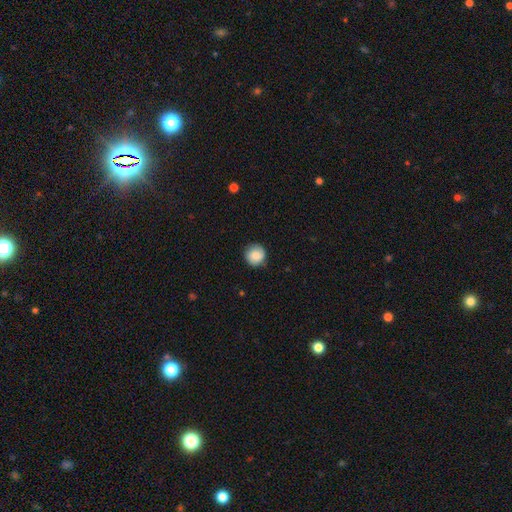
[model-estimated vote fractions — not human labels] smooth-or-featured: smooth: 82% | featured or disk: 11% | star or artifact: 7%
  how-rounded: round: 94% | in between: 5% | cigar-shaped: 1%
  merging: none: 85% | minor disturbance: 11% | major disturbance: 3% | merger: 1%